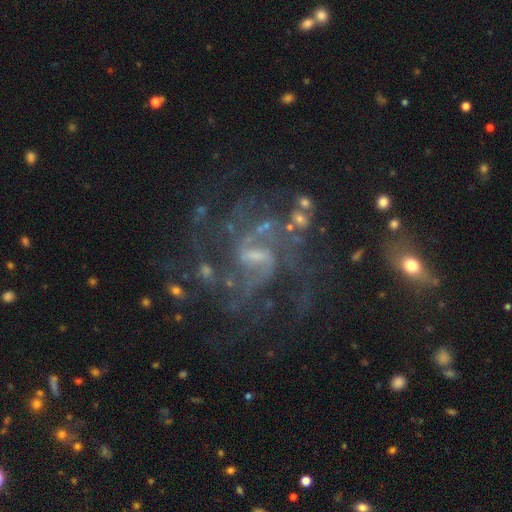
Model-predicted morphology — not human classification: The model was most divided on "spiral arm count": 2: 39%, can't tell: 23%, 3: 16%, 4: 9%, 1: 7%, more than 4: 7%. More confident: edge-on disk — no (98%); spiral arms — yes (94%); smooth or featured — featured or disk (85%); bar — weak (58%); merging — none (56%); spiral winding — medium (51%); bulge size — small (50%).